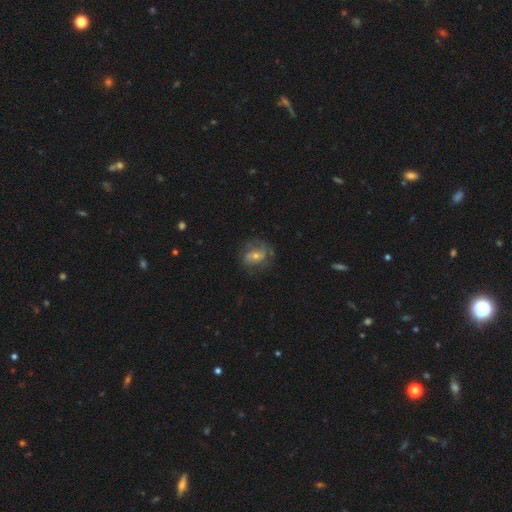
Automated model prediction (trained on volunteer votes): Overall: featured or disk (51%; smooth 40%). Edge-on disk: no (96%). Merging: none (59%; minor disturbance 23%).